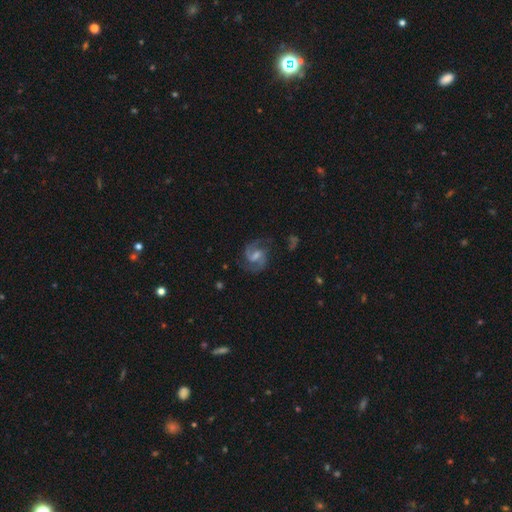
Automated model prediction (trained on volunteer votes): The model was most divided on "bulge size": moderate: 43%, small: 40%, none: 11%, large: 5%, dominant: 1%. More confident: edge-on disk — no (98%); spiral arms — yes (98%); spiral arm count — 2 (91%); smooth or featured — featured or disk (88%); merging — none (78%); spiral winding — medium (60%); bar — weak (58%).